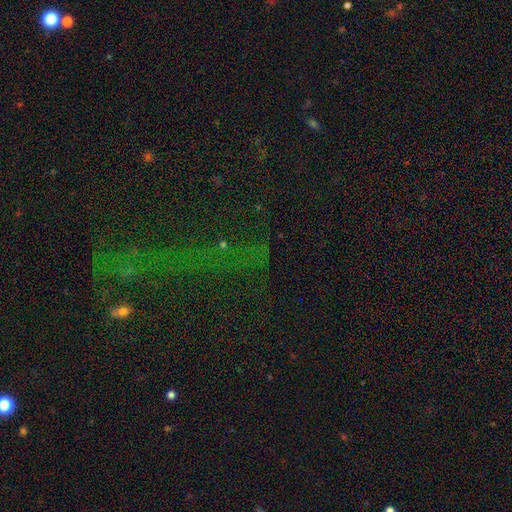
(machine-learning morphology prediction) smooth_or_featured: star or artifact (p=0.74) [alt: smooth p=0.16]